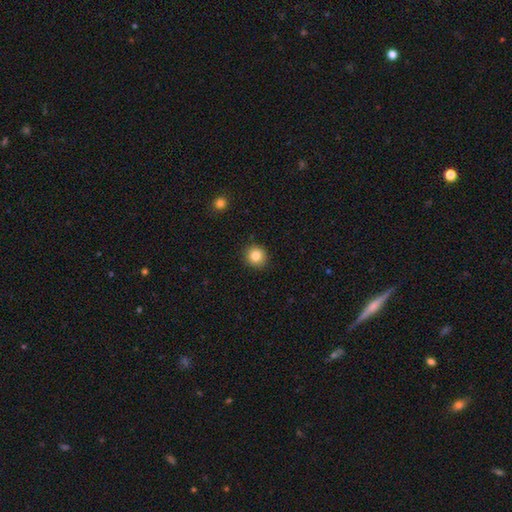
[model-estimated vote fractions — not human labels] smooth 83%, star or artifact 10%, featured or disk 7%. Down the decision tree: how rounded — round (91%); merging — none (91%).